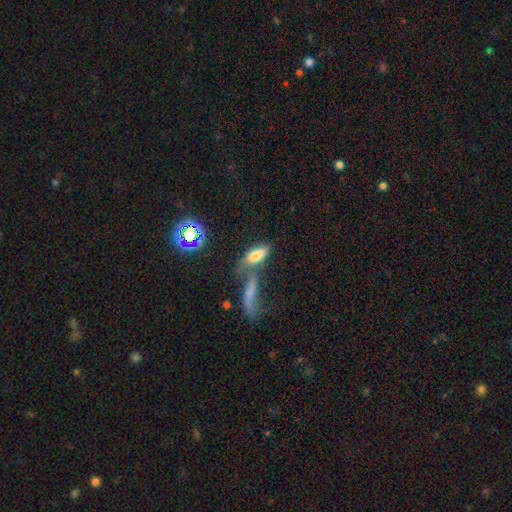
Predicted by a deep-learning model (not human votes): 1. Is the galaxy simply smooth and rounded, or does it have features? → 74% smooth, 15% featured or disk, 11% star or artifact.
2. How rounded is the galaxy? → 75% in between, 21% cigar-shaped, 4% round.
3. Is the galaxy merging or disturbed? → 42% merger, 37% none, 12% minor disturbance, 9% major disturbance.